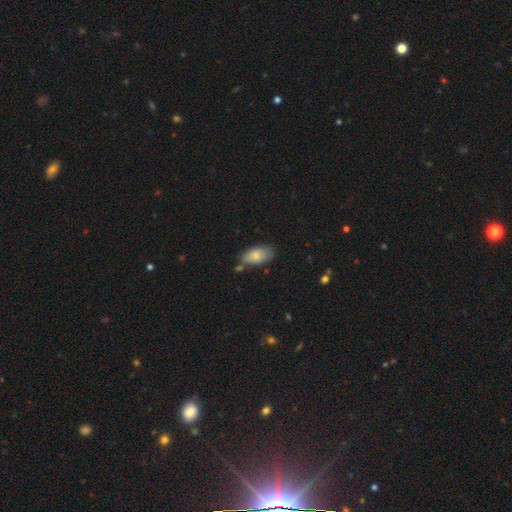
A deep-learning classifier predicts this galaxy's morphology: type=smooth (81%); roundness=in between (93%); merging=none (66%).